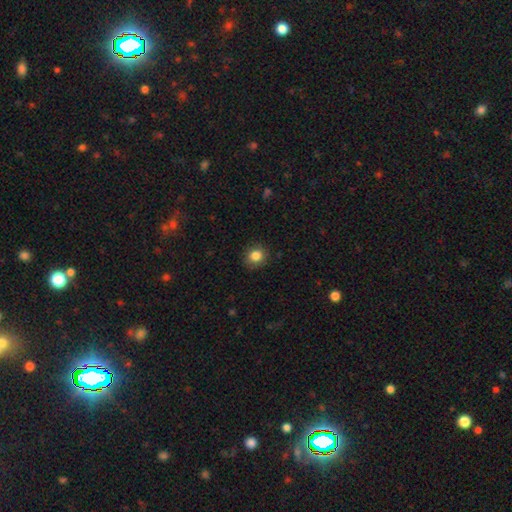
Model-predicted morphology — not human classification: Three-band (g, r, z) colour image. It shows a smooth galaxy with no disk features (85%) that is round (76%). Merging: none (86%).